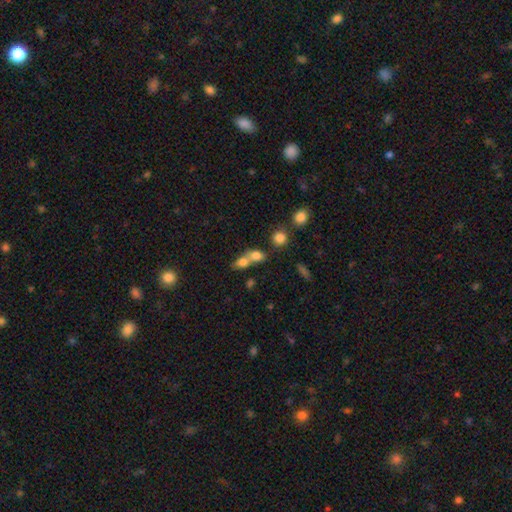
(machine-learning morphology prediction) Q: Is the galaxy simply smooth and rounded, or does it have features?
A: smooth — 75%.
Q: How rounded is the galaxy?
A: in between — 50%.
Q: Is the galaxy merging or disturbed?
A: merger — 64%.